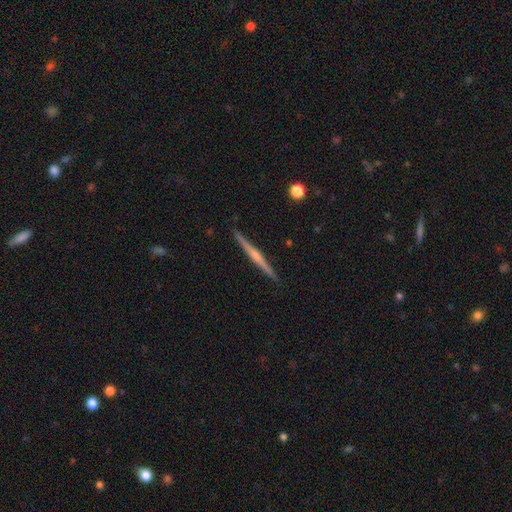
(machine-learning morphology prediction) A featured or disk galaxy (72%) viewed edge-on (98%) with a rounded central bulge (57%).

Vote fractions:
- Smooth or featured? featured or disk: 72% / smooth: 22% / star or artifact: 5%
- Edge-on disk? yes: 98% / no: 2%
- Edge-on bulge? rounded: 57% / none: 31% / boxy: 12%
- Merging? none: 92% / minor disturbance: 6% / major disturbance: 1% / merger: 1%